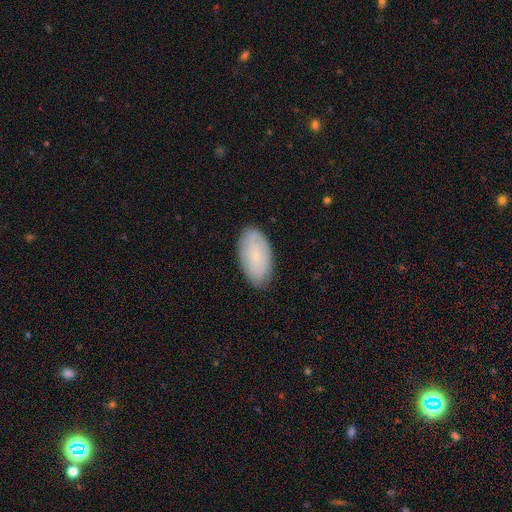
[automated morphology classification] Overall: smooth (64%; featured or disk 29%). How rounded: in between (95%). Merging: none (84%).